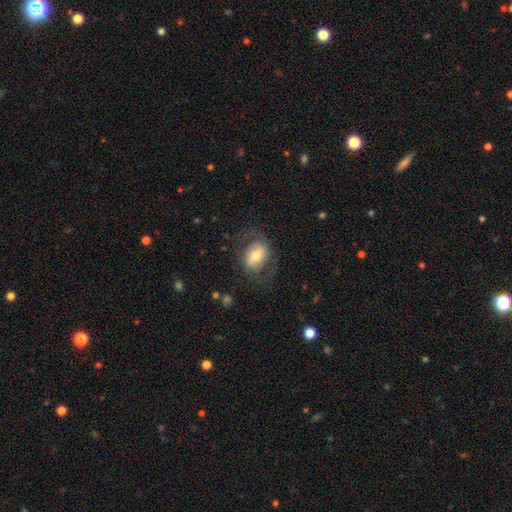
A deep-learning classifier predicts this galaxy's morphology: Smooth or featured: smooth — 47% (featured or disk — 46%)
Merging: none — 64% (minor disturbance — 18%)